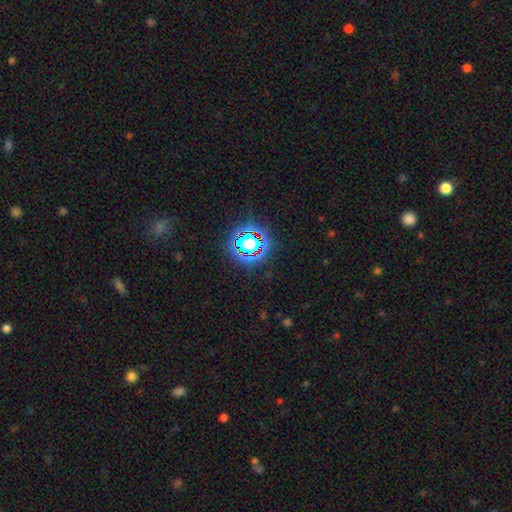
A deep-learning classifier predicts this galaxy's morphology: smooth_or_featured: star or artifact (p=0.79) [alt: smooth p=0.14]